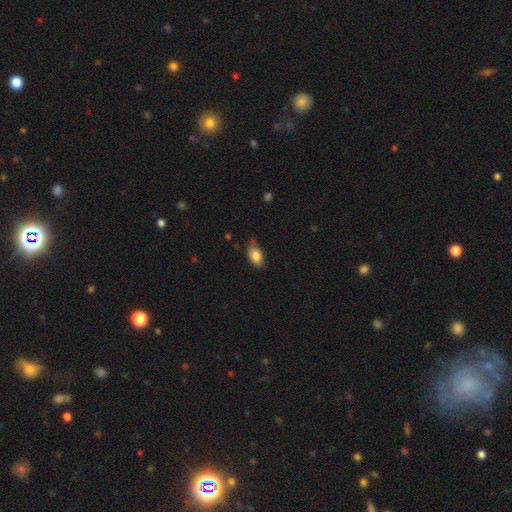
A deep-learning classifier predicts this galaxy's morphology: smooth 84%, featured or disk 8%, star or artifact 8%. Down the decision tree: how rounded — in between (89%); merging — none (66%).